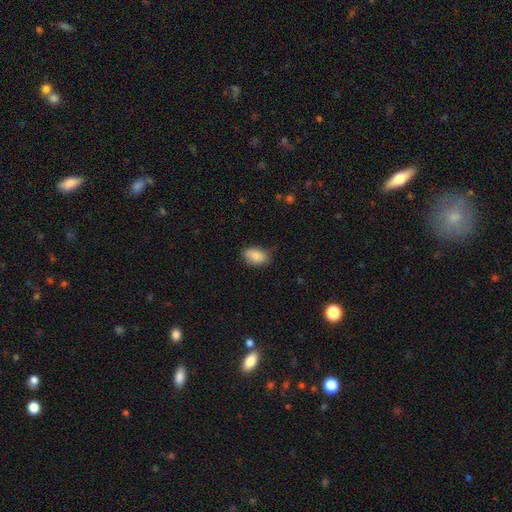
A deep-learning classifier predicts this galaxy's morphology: Overall: smooth (85%). How rounded: in between (90%). Merging: none (73%).